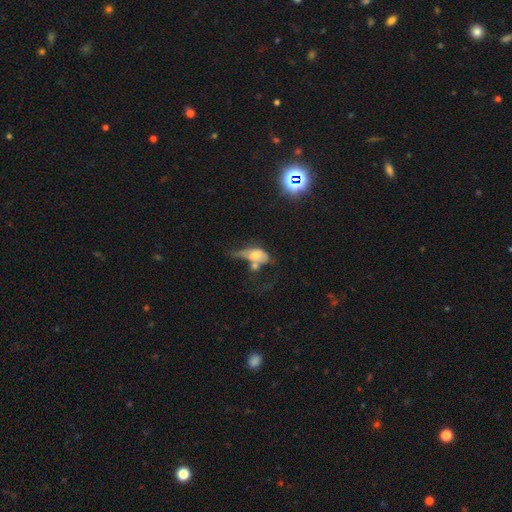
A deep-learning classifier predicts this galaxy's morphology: Smooth or featured? Predicted: smooth (p=0.50). Merging? Predicted: merger (p=0.37).